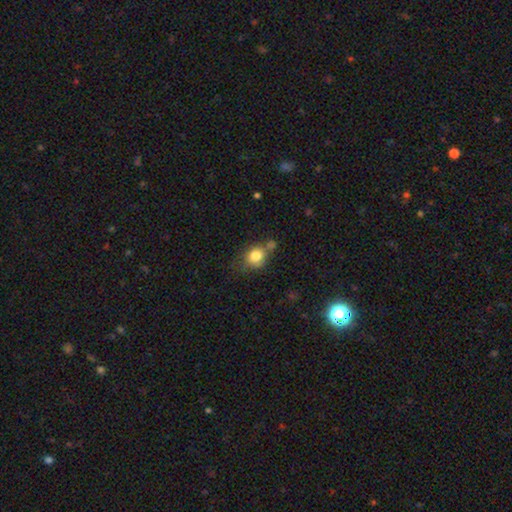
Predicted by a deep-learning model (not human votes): Smooth or featured? smooth (80%)
How rounded? round (61%)
Merging? none (49%)